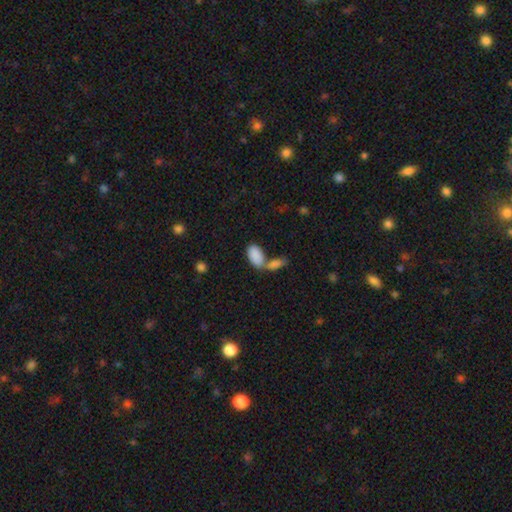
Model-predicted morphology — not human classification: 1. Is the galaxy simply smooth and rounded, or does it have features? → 87% smooth, 7% star or artifact, 6% featured or disk.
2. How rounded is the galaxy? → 94% in between, 3% cigar-shaped, 3% round.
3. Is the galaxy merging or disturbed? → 51% merger, 36% none, 9% minor disturbance, 4% major disturbance.